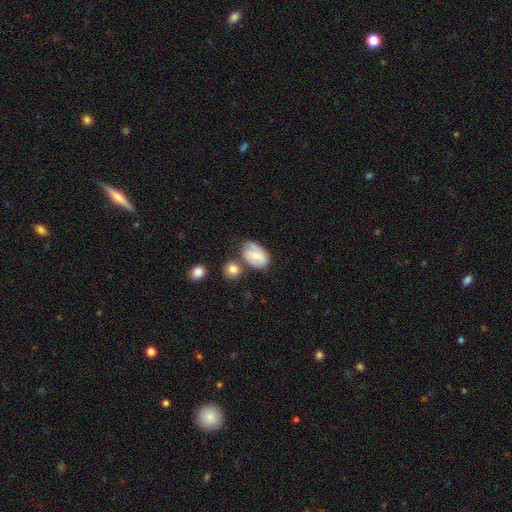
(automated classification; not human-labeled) This appears to be a smooth galaxy with no disk features (60%) that is in between round and cigar-shaped (80%). Merging: none (46%).